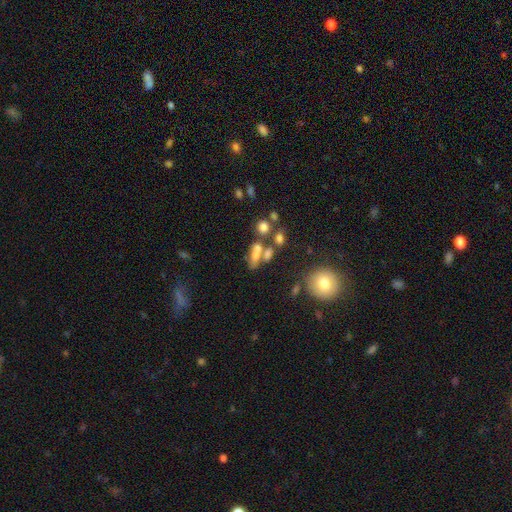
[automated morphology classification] Smooth or featured: smooth — 61% (featured or disk — 23%)
How rounded: in between — 63% (cigar-shaped — 21%)
Merging: merger — 43% (none — 34%)